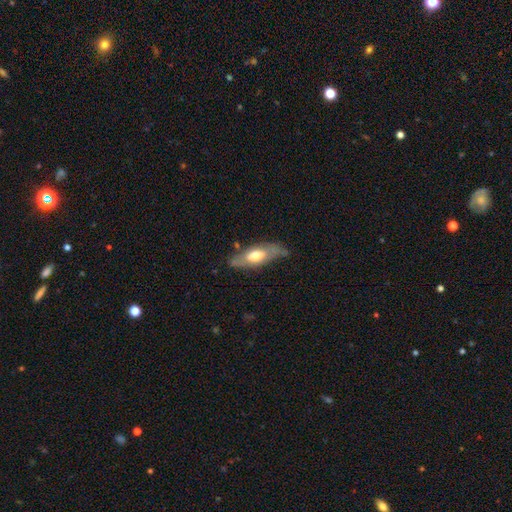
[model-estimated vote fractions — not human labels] smooth-or-featured: smooth: 49% | featured or disk: 46% | star or artifact: 6%
  merging: none: 68% | minor disturbance: 23% | major disturbance: 6% | merger: 3%